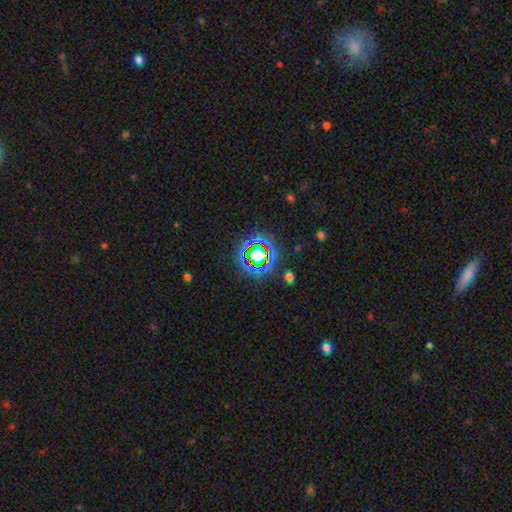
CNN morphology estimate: Overall: star or artifact (72%).